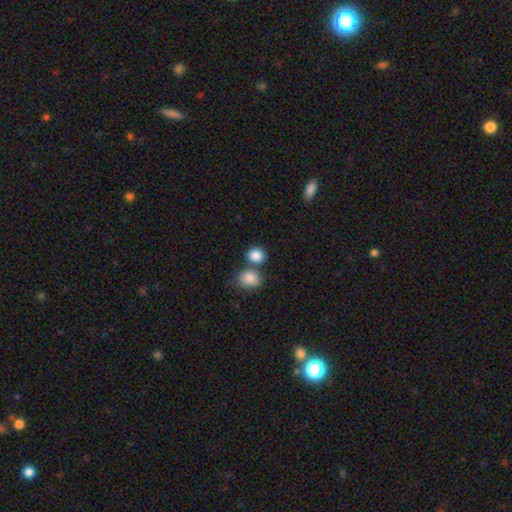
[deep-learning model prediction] Smooth or featured? smooth (86%)
How rounded? round (72%)
Merging? none (55%)